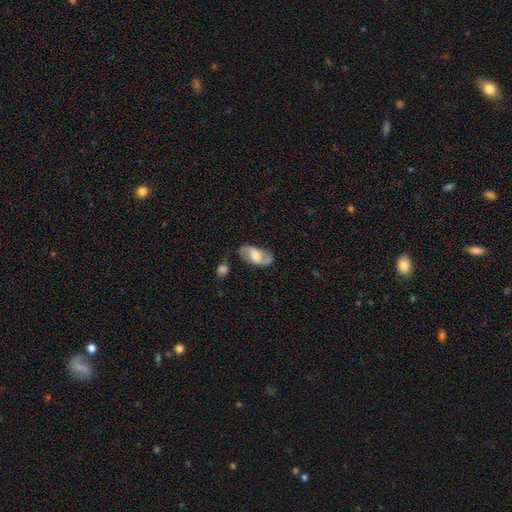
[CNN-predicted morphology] type=featured or disk (62%); edge-on=no (92%); bar=no (49%); spiral arms=yes (86%); bulge=moderate (60%); merging=none (67%).